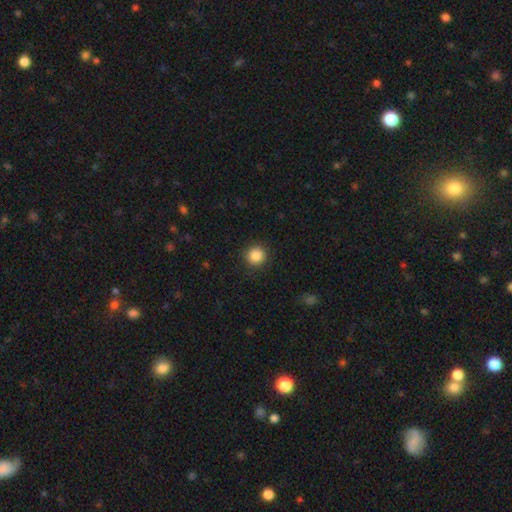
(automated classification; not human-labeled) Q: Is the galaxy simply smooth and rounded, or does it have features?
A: smooth — 86%.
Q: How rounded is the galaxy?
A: round — 94%.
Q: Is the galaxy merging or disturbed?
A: none — 92%.